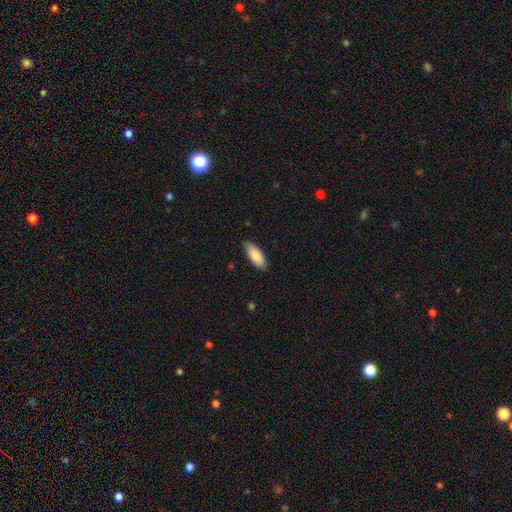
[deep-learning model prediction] smooth-or-featured: smooth: 86% | featured or disk: 8% | star or artifact: 6%
  how-rounded: in between: 80% | cigar-shaped: 18% | round: 2%
  merging: none: 84% | minor disturbance: 13% | major disturbance: 2% | merger: 1%